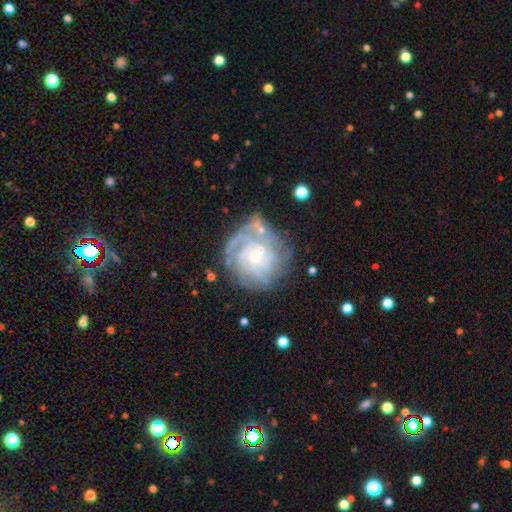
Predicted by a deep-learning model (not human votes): Smooth or featured: featured or disk — 77% (smooth — 15%)
Edge-on disk: no — 98% (yes — 2%)
Bar: no — 70% (weak — 25%)
Spiral arms: yes — 89% (no — 11%)
Spiral winding: tight — 67% (medium — 25%)
Spiral arm count: can't tell — 42% (3 — 17%)
Bulge size: small — 58% (moderate — 23%)
Merging: none — 61% (minor disturbance — 19%)